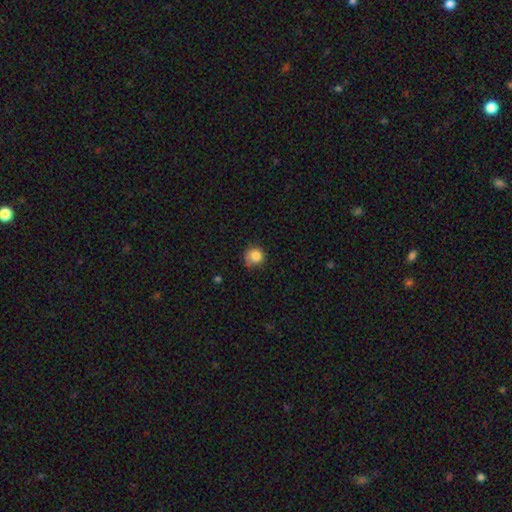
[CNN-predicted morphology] A smooth galaxy with no disk features (83%) that is round (86%). Merging: none (63%).